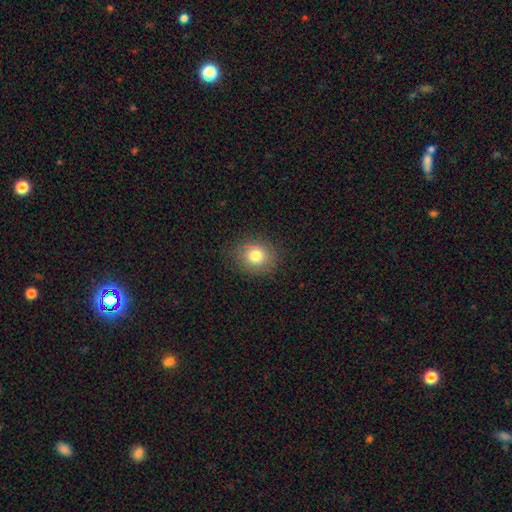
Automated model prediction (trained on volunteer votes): A smooth galaxy with no disk features (79%) that is round (73%). Merging: none (85%).